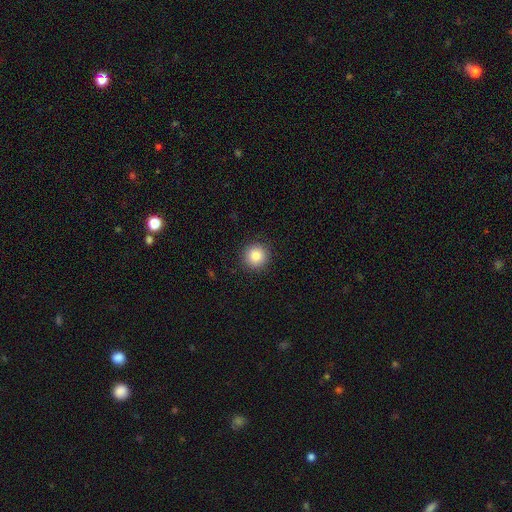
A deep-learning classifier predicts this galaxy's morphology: smooth-or-featured: smooth: 84% | star or artifact: 10% | featured or disk: 6%
  how-rounded: round: 95% | in between: 4% | cigar-shaped: 1%
  merging: none: 91% | minor disturbance: 6% | major disturbance: 2% | merger: 1%